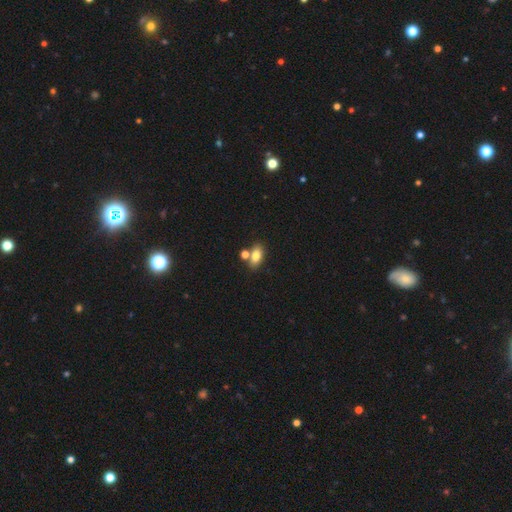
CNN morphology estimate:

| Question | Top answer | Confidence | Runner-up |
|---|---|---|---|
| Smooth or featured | smooth | 80% | featured or disk (11%) |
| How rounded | in between | 85% | round (10%) |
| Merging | none | 58% | merger (27%) |